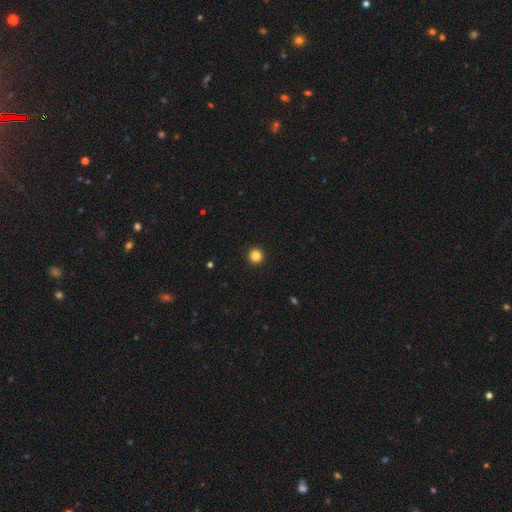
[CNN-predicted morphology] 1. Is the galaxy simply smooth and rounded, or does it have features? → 85% smooth, 11% star or artifact, 3% featured or disk.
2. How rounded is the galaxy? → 96% round, 3% in between, 1% cigar-shaped.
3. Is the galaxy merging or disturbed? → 94% none, 4% minor disturbance, 1% major disturbance, 1% merger.